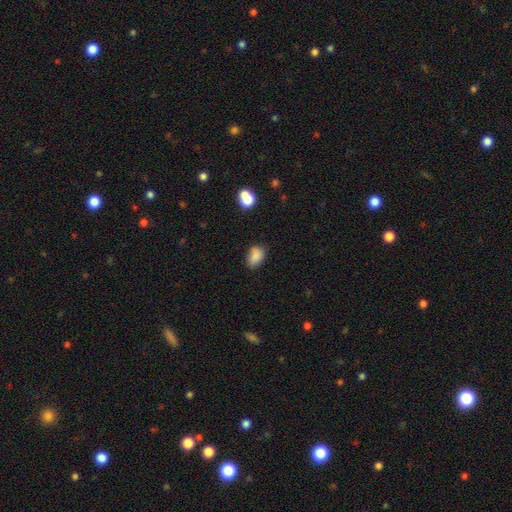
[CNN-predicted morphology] The model was most divided on "merging": none: 72%, minor disturbance: 22%, major disturbance: 4%, merger: 3%. More confident: smooth or featured — smooth (86%); how rounded — in between (80%).